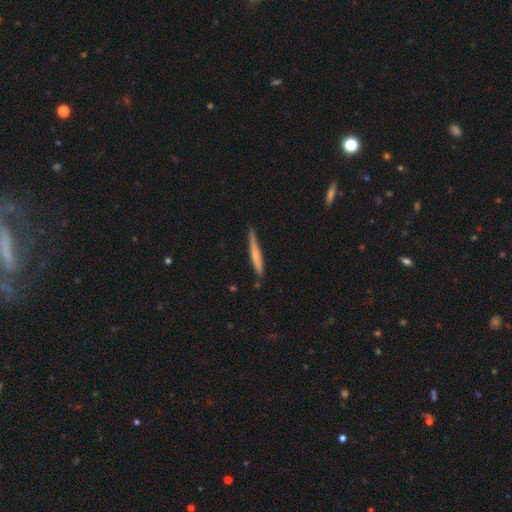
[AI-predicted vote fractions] smooth 56%, featured or disk 39%, star or artifact 5%. Down the decision tree: how rounded — cigar-shaped (96%); merging — none (82%).